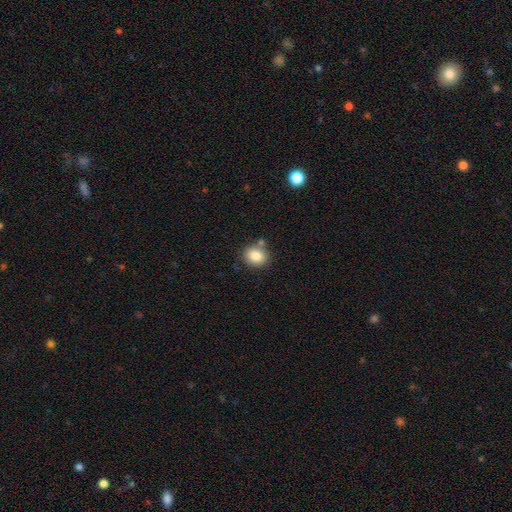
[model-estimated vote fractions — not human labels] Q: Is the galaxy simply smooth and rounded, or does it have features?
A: smooth — 84%.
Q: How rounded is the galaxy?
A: round — 64%.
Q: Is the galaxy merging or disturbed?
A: none — 75%.